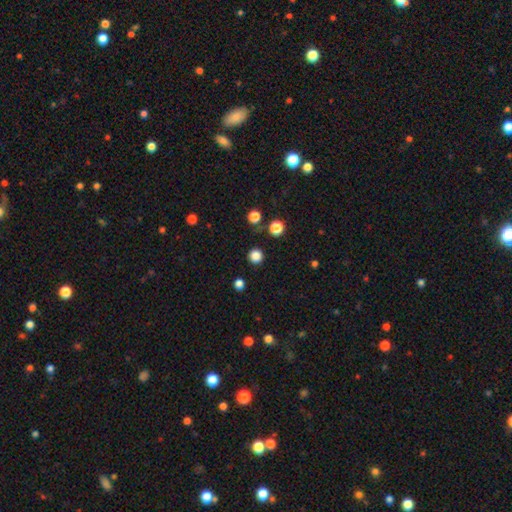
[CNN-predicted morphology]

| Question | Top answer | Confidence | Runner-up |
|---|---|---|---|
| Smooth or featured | smooth | 83% | star or artifact (13%) |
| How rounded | round | 95% | in between (4%) |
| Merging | none | 90% | minor disturbance (6%) |